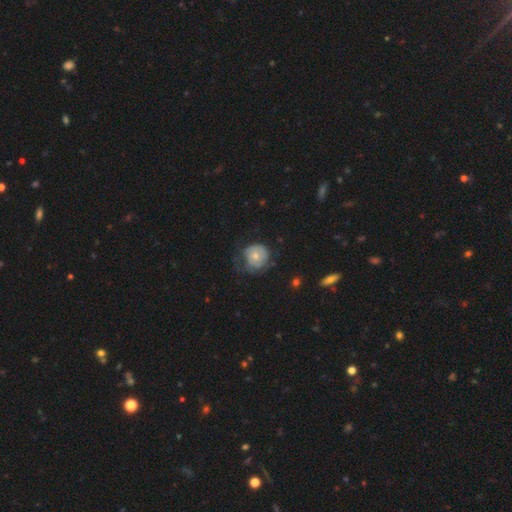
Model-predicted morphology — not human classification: smooth-or-featured: smooth: 54% | featured or disk: 39% | star or artifact: 7%
  how-rounded: round: 82% | in between: 17% | cigar-shaped: 1%
  merging: none: 45% | minor disturbance: 30% | major disturbance: 23% | merger: 2%